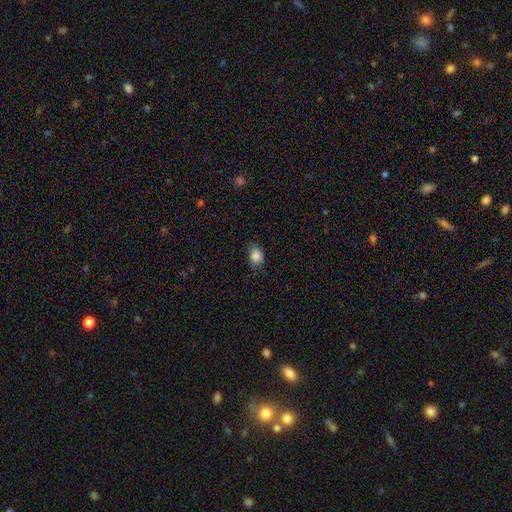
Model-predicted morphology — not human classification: This appears to be a smooth galaxy with no disk features (85%) that is in between round and cigar-shaped (68%). Merging: none (72%).